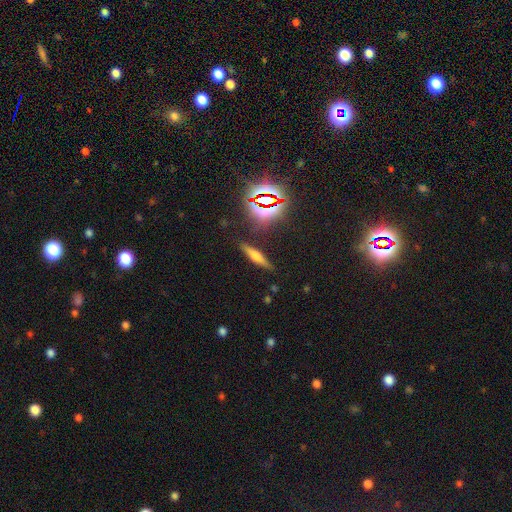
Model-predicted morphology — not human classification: smooth_or_featured: smooth (p=0.49) [alt: featured or disk p=0.34]
merging: none (p=0.83) [alt: minor disturbance p=0.11]